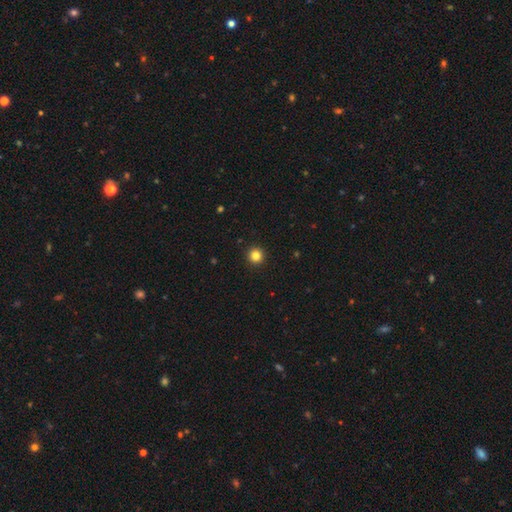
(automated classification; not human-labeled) Q: Smooth or featured?
A: smooth (84%); runner-up: star or artifact (12%)
Q: How rounded?
A: round (96%); runner-up: in between (3%)
Q: Merging?
A: none (94%); runner-up: minor disturbance (4%)